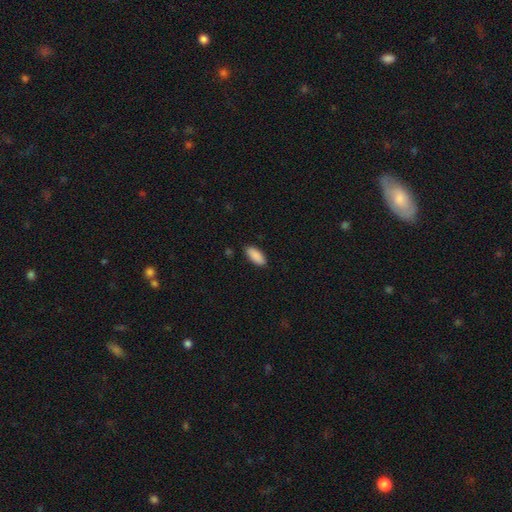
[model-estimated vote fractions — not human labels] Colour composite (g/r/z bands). It shows a smooth galaxy with no disk features (90%) that is in between round and cigar-shaped (86%). Merging: none (88%).